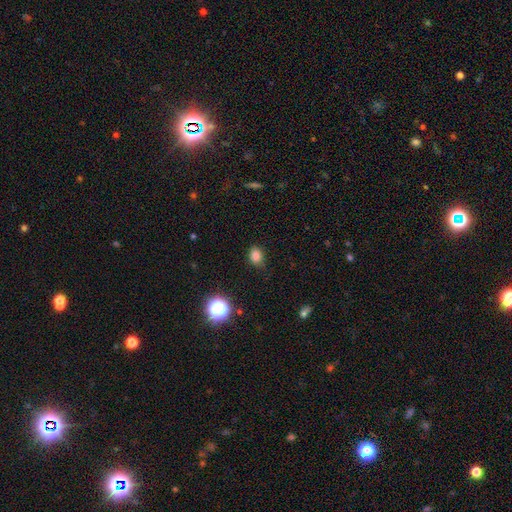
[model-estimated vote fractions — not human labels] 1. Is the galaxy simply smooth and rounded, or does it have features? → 81% smooth, 14% star or artifact, 5% featured or disk.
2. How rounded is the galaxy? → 58% in between, 41% round, 1% cigar-shaped.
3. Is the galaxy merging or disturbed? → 81% none, 15% minor disturbance, 3% major disturbance, 1% merger.